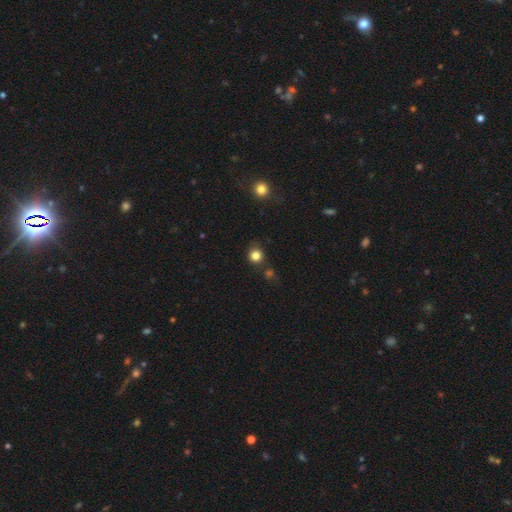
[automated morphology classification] Smooth or featured: smooth — 82% (star or artifact — 13%)
How rounded: round — 89% (in between — 10%)
Merging: none — 80% (minor disturbance — 11%)